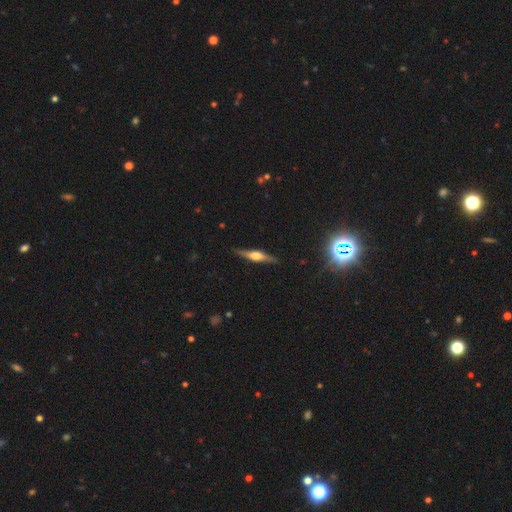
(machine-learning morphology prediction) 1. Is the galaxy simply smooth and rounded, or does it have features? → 73% featured or disk, 21% smooth, 6% star or artifact.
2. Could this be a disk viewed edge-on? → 97% yes, 3% no.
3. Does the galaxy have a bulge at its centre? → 88% rounded, 9% boxy, 3% none.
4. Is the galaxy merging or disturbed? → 87% none, 10% minor disturbance, 2% major disturbance, 1% merger.